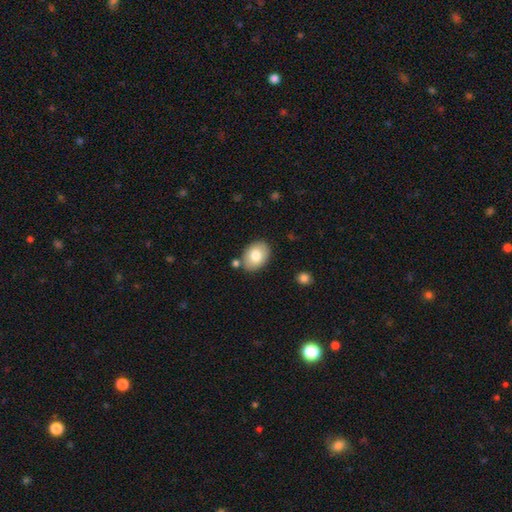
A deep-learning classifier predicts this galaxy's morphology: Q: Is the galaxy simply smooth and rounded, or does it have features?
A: smooth — 79%.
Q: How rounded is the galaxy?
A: in between — 79%.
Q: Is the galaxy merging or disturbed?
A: none — 82%.